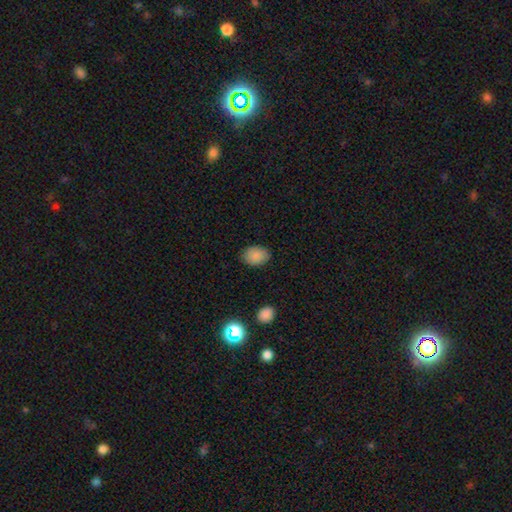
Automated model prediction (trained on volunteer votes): This appears to be a smooth galaxy with no disk features (87%) that is in between round and cigar-shaped (72%). Merging: none (85%).